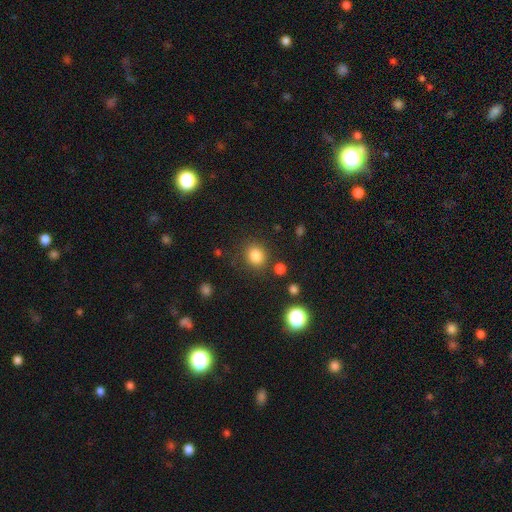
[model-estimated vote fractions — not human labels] Overall: smooth (83%). How rounded: round (78%). Merging: none (84%).